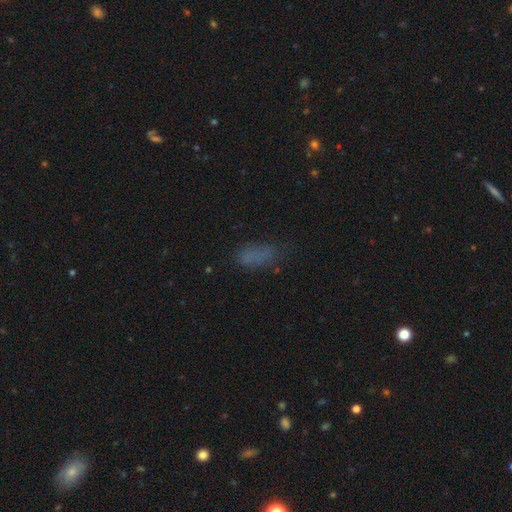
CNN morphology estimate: Smooth or featured?
  - smooth: 69% *
  - star or artifact: 19%
  - featured or disk: 12%
How rounded?
  - in between: 78% *
  - cigar-shaped: 18%
  - round: 5%
Merging?
  - none: 57% *
  - minor disturbance: 24%
  - major disturbance: 16%
  - merger: 4%